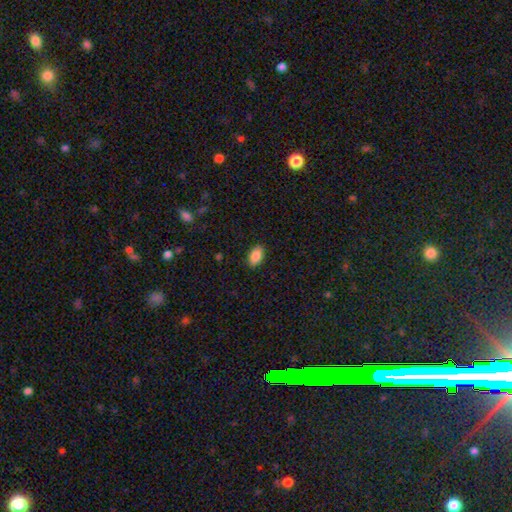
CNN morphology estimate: A smooth galaxy with no disk features (88%) that is in between round and cigar-shaped (92%). Merging: none (88%).